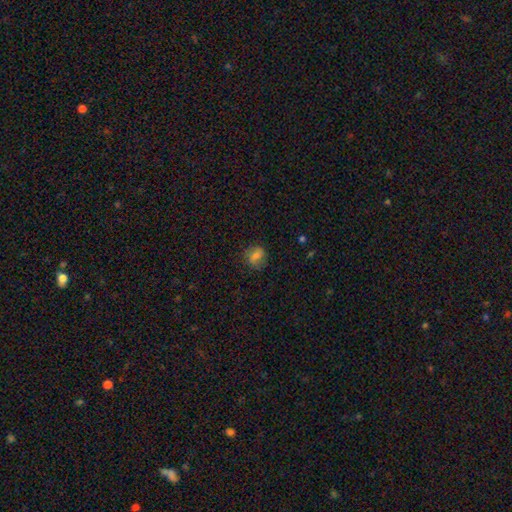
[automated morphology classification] The model was most divided on "how rounded": round: 61%, in between: 37%, cigar-shaped: 2%. More confident: merging — none (79%); smooth or featured — smooth (70%).